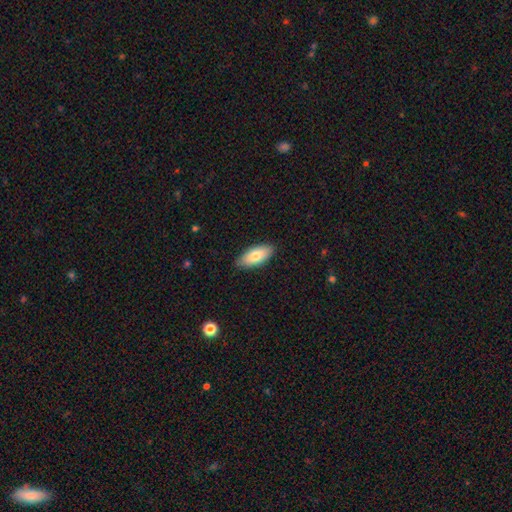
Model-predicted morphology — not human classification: smooth_or_featured: smooth (p=0.78) [alt: featured or disk p=0.16]
how_rounded: in between (p=0.88) [alt: cigar-shaped p=0.10]
merging: none (p=0.86) [alt: minor disturbance p=0.11]